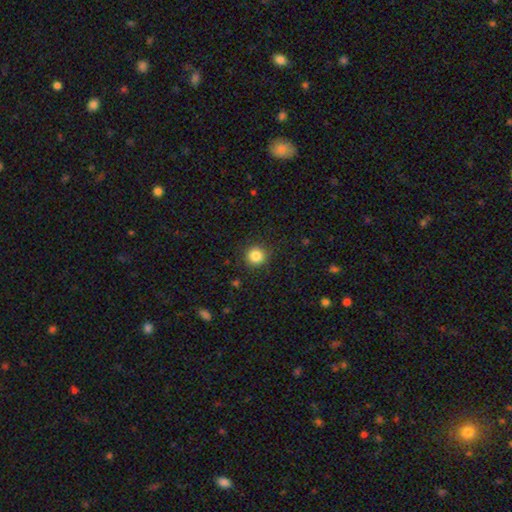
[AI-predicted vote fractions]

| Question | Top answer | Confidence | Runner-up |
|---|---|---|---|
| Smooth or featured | smooth | 85% | star or artifact (11%) |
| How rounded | round | 94% | in between (6%) |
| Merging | none | 89% | minor disturbance (7%) |